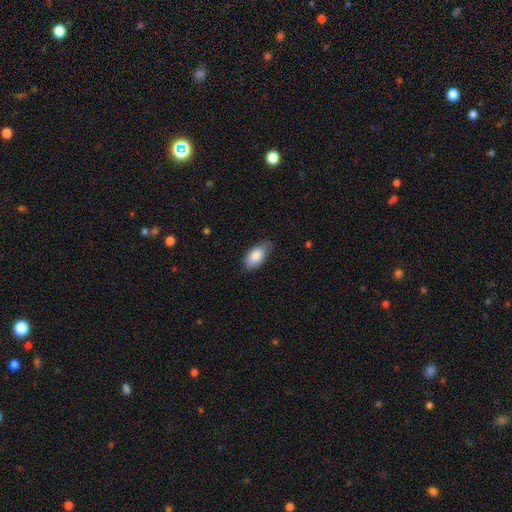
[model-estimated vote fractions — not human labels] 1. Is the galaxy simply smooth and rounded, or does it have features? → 85% smooth, 9% featured or disk, 6% star or artifact.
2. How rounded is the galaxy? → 93% in between, 4% cigar-shaped, 3% round.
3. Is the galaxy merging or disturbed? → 75% none, 21% minor disturbance, 3% major disturbance, 1% merger.